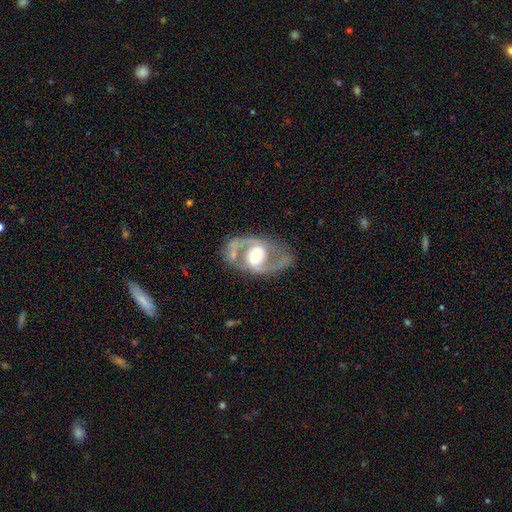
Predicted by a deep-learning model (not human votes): Smooth or featured? Predicted: featured or disk (p=0.85). Edge-on disk? Predicted: no (p=0.96). Bar? Predicted: no (p=0.54). Spiral arms? Predicted: yes (p=0.83). Spiral winding? Predicted: medium (p=0.55). Spiral arm count? Predicted: 2 (p=0.89). Bulge size? Predicted: moderate (p=0.63). Merging? Predicted: none (p=0.73).